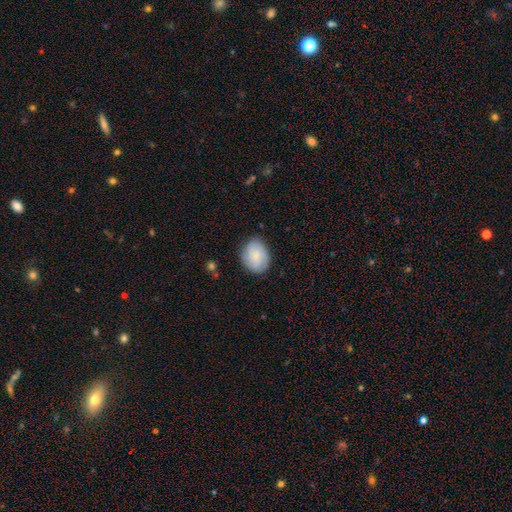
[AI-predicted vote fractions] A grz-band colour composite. It shows a smooth galaxy with no disk features (72%) that is in between round and cigar-shaped (59%). Merging: none (79%).